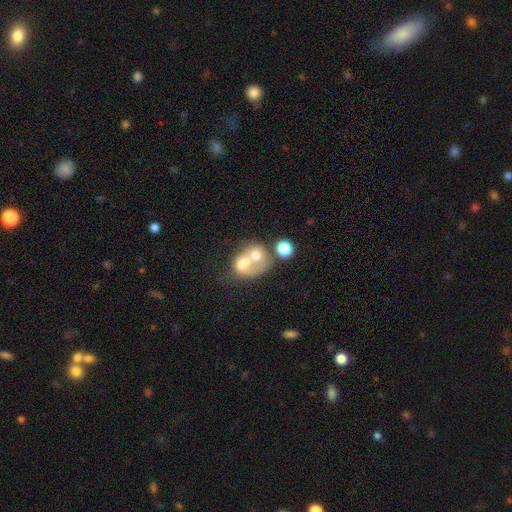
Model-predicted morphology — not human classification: The model was most divided on "smooth or featured": smooth: 49%, featured or disk: 40%, star or artifact: 11%. More confident: merging — merger (67%).